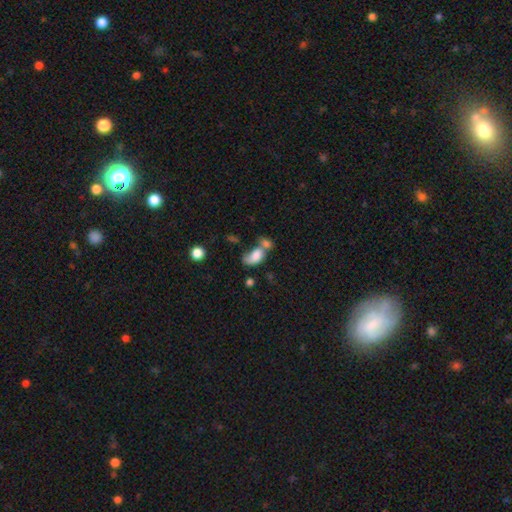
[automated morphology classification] Smooth or featured?
  - smooth: 71% *
  - featured or disk: 19%
  - star or artifact: 10%
How rounded?
  - in between: 86% *
  - round: 11%
  - cigar-shaped: 3%
Merging?
  - merger: 55% *
  - none: 18%
  - major disturbance: 15%
  - minor disturbance: 12%